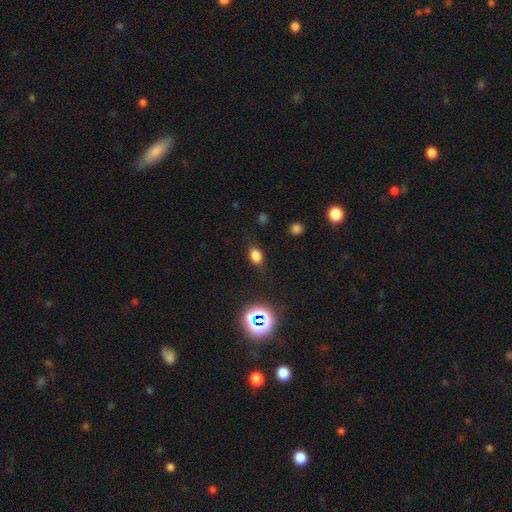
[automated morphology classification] This appears to be a smooth galaxy with no disk features (76%) that is in between round and cigar-shaped (77%). Merging: none (81%).